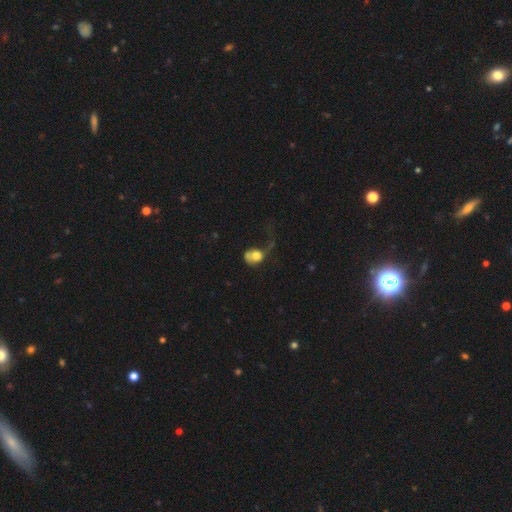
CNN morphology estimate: smooth-or-featured: smooth: 64% | featured or disk: 26% | star or artifact: 9%
  how-rounded: round: 56% | in between: 42% | cigar-shaped: 2%
  merging: major disturbance: 55% | none: 19% | minor disturbance: 17% | merger: 10%